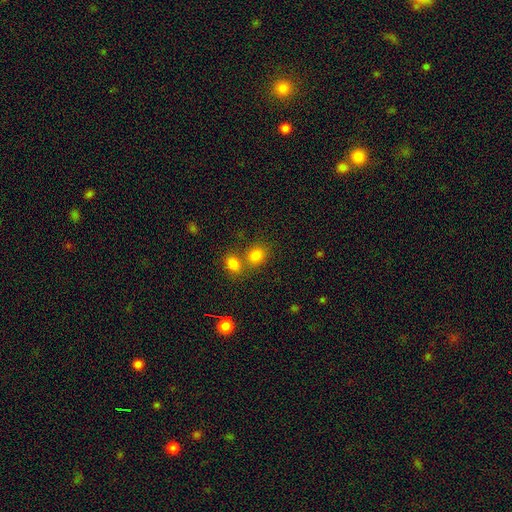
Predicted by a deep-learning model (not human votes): smooth-or-featured: smooth: 80% | star or artifact: 13% | featured or disk: 7%
  how-rounded: round: 61% | in between: 38% | cigar-shaped: 1%
  merging: none: 53% | merger: 36% | minor disturbance: 8% | major disturbance: 3%